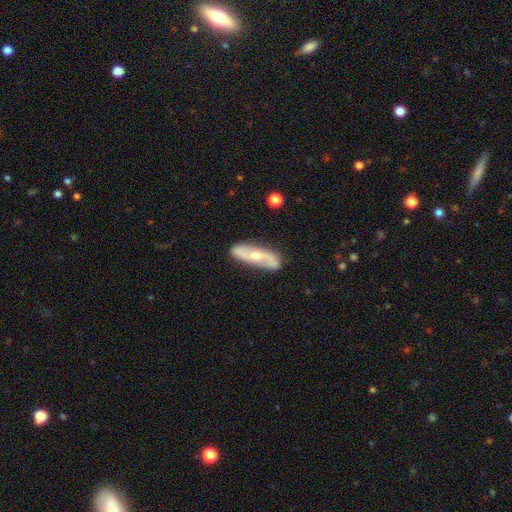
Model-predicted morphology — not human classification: Smooth or featured: featured or disk — 70% (smooth — 25%)
Edge-on disk: no — 81% (yes — 19%)
Bar: no — 55% (weak — 30%)
Spiral arms: yes — 85% (no — 15%)
Bulge size: moderate — 59% (small — 36%)
Merging: none — 83% (minor disturbance — 13%)